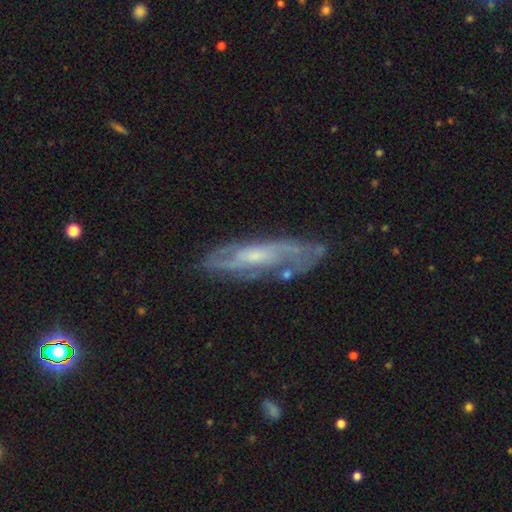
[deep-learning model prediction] Overall: featured or disk (73%). Edge-on disk: no (69%; yes 31%). Bar: no (56%; weak 35%). Spiral arms: yes (80%). Bulge size: small (60%; moderate 30%). Merging: none (71%).